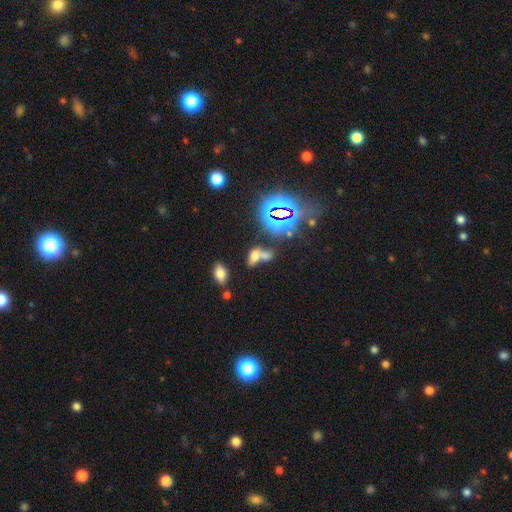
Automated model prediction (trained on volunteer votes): smooth 54%, star or artifact 31%, featured or disk 15%. Down the decision tree: how rounded — in between (82%); merging — merger (57%).